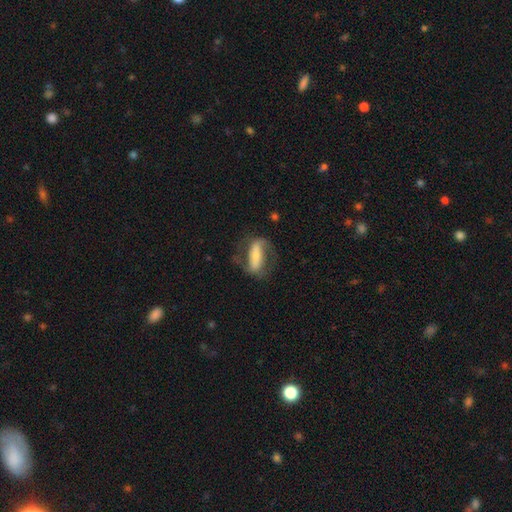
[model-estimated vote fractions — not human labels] This appears to be a featured or disk galaxy (62%) with a strong bar (62%), spiral arms (78%) and a small central bulge (44%). Merging: none (61%).